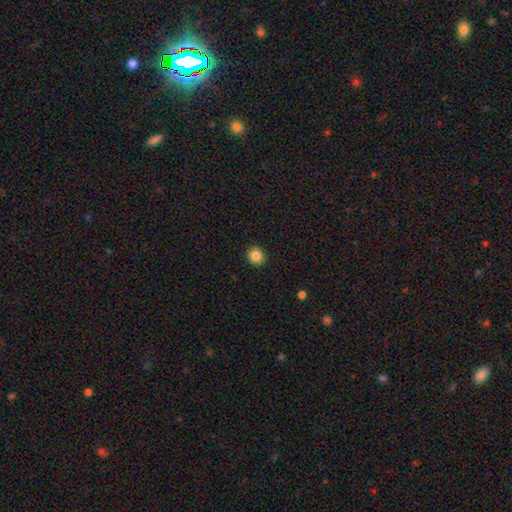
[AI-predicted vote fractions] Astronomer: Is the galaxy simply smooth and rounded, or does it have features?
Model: smooth — 85%.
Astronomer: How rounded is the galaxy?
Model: round — 83%.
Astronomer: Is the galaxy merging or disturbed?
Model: none — 91%.